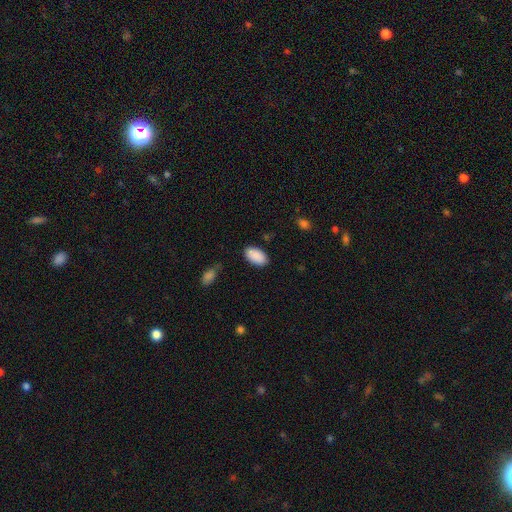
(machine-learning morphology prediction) This appears to be a smooth galaxy with no disk features (90%) that is in between round and cigar-shaped (95%). Merging: none (84%).